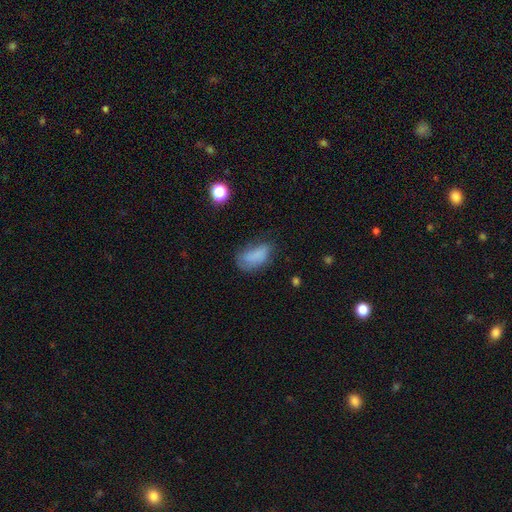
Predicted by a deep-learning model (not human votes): smooth 75%, featured or disk 14%, star or artifact 10%. Down the decision tree: how rounded — in between (89%); merging — none (47%).